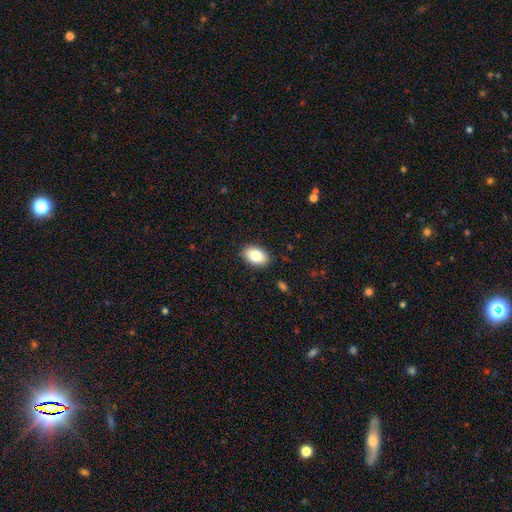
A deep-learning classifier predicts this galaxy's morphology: smooth_or_featured: smooth (p=0.83) [alt: featured or disk p=0.10]
how_rounded: in between (p=0.90) [alt: round p=0.09]
merging: none (p=0.89) [alt: minor disturbance p=0.08]